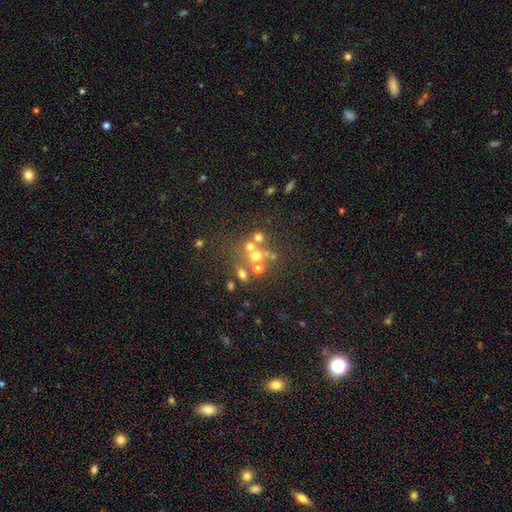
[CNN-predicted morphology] A smooth galaxy with no disk features (48%).

Vote fractions:
- Smooth or featured? smooth: 48% / star or artifact: 26% / featured or disk: 26%
- Merging? none: 47% / merger: 38% / minor disturbance: 9% / major disturbance: 7%